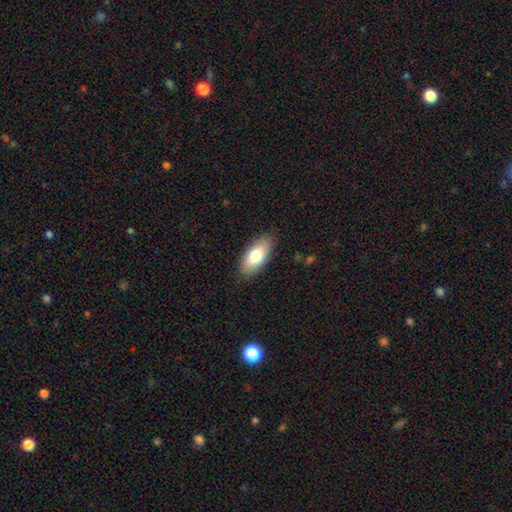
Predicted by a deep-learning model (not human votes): This appears to be a smooth galaxy with no disk features (78%) that is in between round and cigar-shaped (88%). Merging: none (87%).